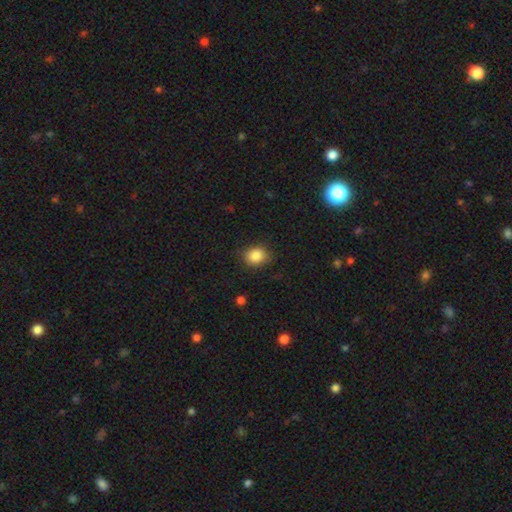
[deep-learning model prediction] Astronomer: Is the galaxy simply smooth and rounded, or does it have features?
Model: smooth — 86%.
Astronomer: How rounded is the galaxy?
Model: round — 59% (runner-up: in between, 40%).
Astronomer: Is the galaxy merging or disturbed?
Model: none — 80%.